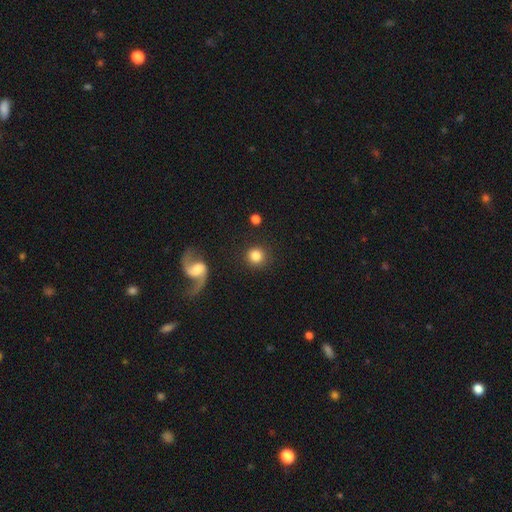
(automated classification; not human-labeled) A smooth galaxy with no disk features (81%) that is round (93%). Merging: none (86%).